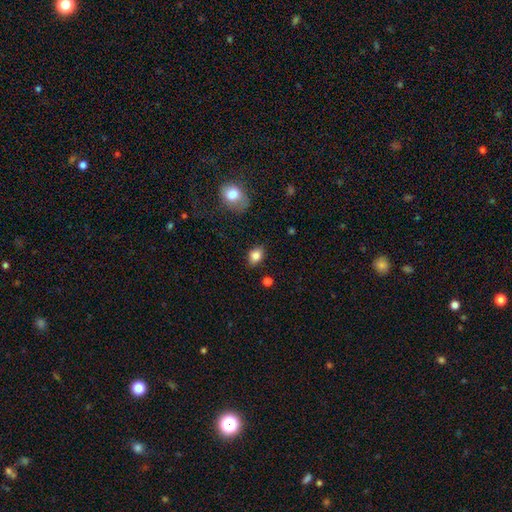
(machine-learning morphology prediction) smooth 83%, star or artifact 9%, featured or disk 8%. Down the decision tree: how rounded — in between (76%); merging — none (82%).